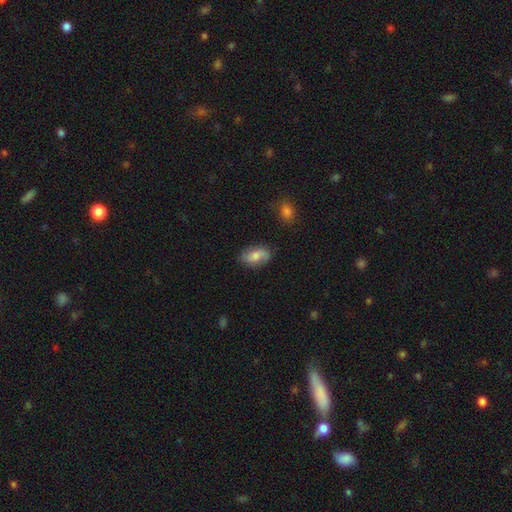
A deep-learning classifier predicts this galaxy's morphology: A smooth galaxy with no disk features (58%) that is in between round and cigar-shaped (89%). Merging: none (76%).